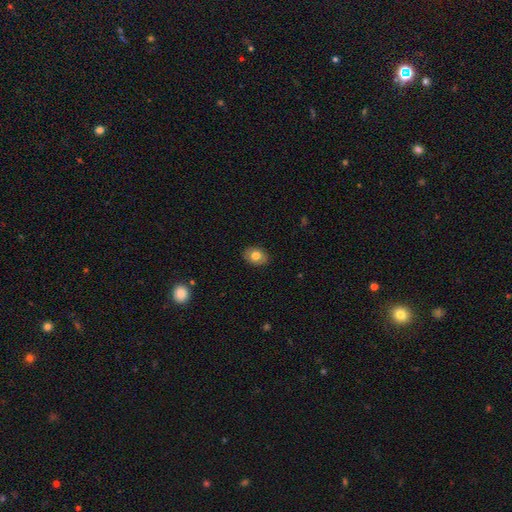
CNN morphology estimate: smooth-or-featured: smooth: 78% | featured or disk: 14% | star or artifact: 8%
  how-rounded: in between: 70% | round: 29% | cigar-shaped: 1%
  merging: none: 87% | minor disturbance: 9% | major disturbance: 2% | merger: 1%